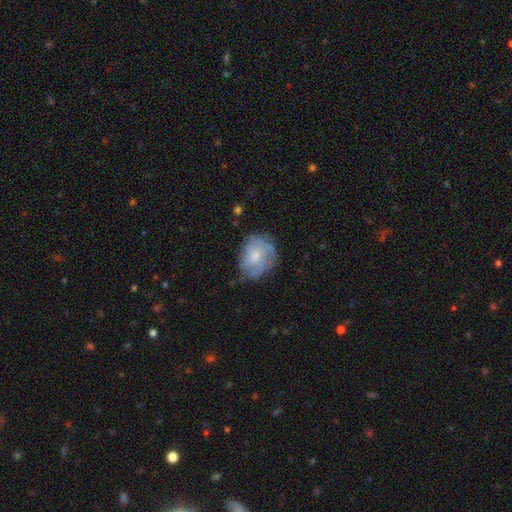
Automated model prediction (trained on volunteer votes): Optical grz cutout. It shows a smooth galaxy with no disk features (46%, tied with featured or disk). Merging: none (58%).